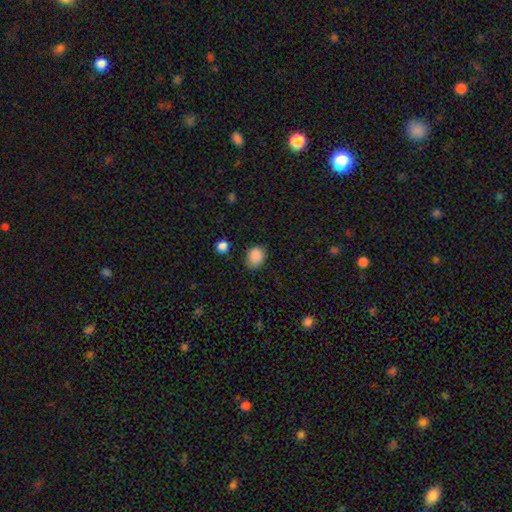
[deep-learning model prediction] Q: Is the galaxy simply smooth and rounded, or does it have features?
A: smooth — 87%.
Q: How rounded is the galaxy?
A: round — 60%.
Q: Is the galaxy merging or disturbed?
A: none — 74%.